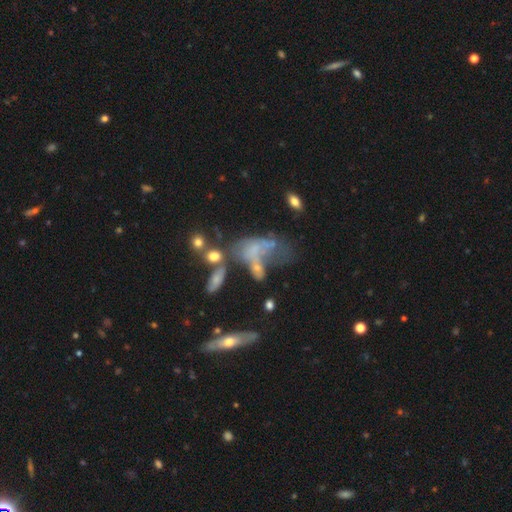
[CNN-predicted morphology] Q: Smooth or featured?
A: featured or disk (48%); runner-up: smooth (33%)
Q: Merging?
A: major disturbance (34%); runner-up: merger (30%)